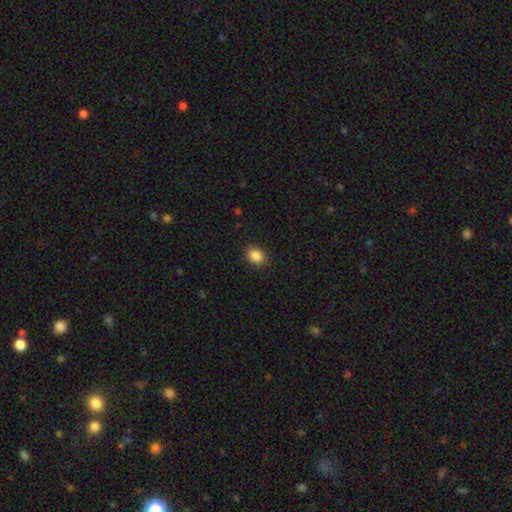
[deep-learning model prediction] Smooth or featured?
  - smooth: 87% *
  - star or artifact: 9%
  - featured or disk: 4%
How rounded?
  - round: 50% *
  - in between: 49%
  - cigar-shaped: 1%
Merging?
  - none: 88% *
  - minor disturbance: 9%
  - major disturbance: 2%
  - merger: 1%